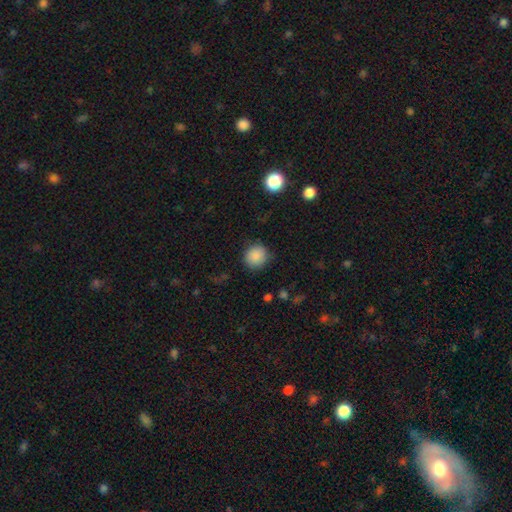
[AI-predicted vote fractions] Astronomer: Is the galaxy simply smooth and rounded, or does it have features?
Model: smooth — 88%.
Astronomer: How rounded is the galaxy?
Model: round — 89%.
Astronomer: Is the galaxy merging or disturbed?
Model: none — 85%.